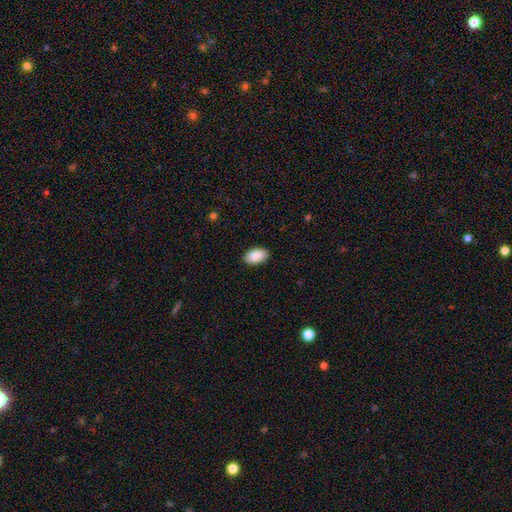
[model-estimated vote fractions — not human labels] Smooth or featured: smooth — 89% (star or artifact — 6%)
How rounded: in between — 95% (round — 4%)
Merging: none — 89% (minor disturbance — 8%)